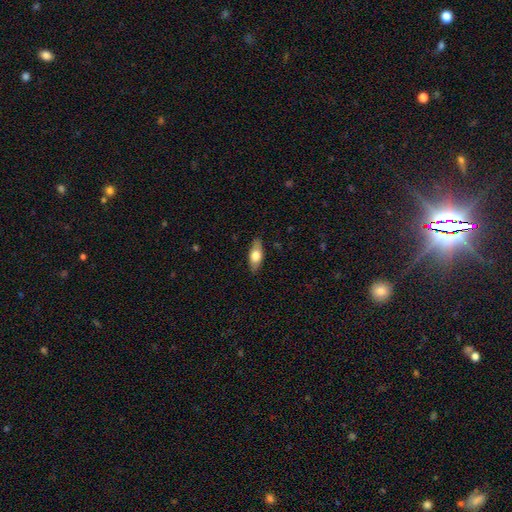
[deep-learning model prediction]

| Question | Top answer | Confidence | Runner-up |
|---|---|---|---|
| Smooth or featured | smooth | 66% | featured or disk (28%) |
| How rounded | in between | 76% | cigar-shaped (20%) |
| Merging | none | 86% | minor disturbance (11%) |